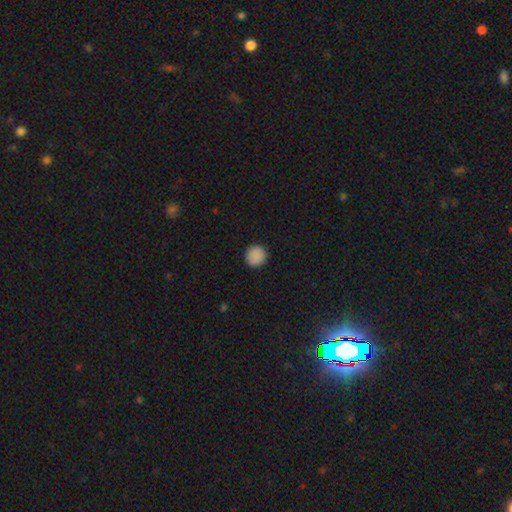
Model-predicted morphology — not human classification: This appears to be a smooth galaxy with no disk features (89%) that is round (94%). Merging: none (92%).